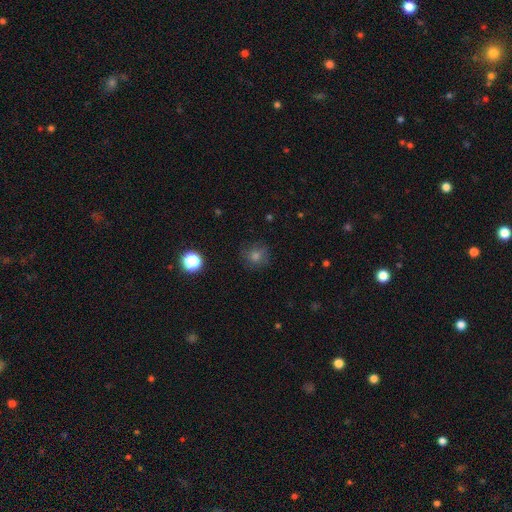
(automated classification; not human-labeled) A smooth galaxy with no disk features (66%) that is round (88%).

Vote fractions:
- Smooth or featured? smooth: 66% / star or artifact: 22% / featured or disk: 11%
- How rounded? round: 88% / in between: 11% / cigar-shaped: 1%
- Merging? none: 81% / minor disturbance: 13% / major disturbance: 5% / merger: 1%